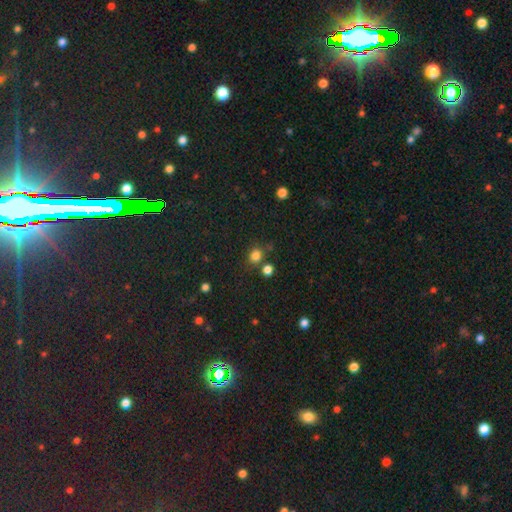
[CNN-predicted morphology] The model was most divided on "how rounded": round: 73%, in between: 26%, cigar-shaped: 1%. More confident: smooth or featured — smooth (80%); merging — none (74%).